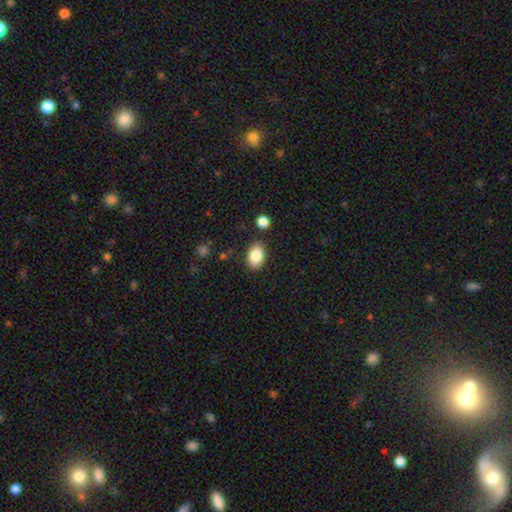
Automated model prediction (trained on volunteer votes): A smooth galaxy with no disk features (86%) that is in between round and cigar-shaped (89%). Merging: none (84%).